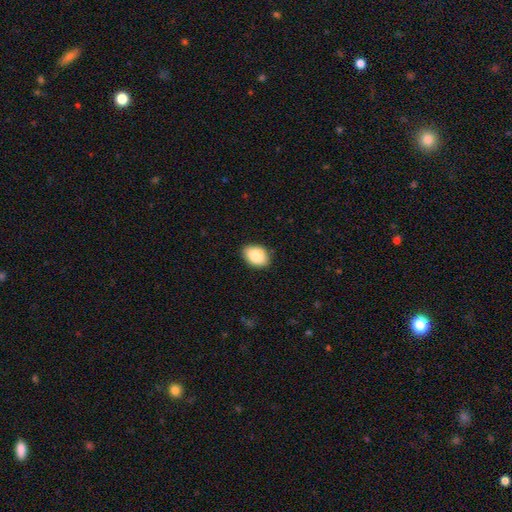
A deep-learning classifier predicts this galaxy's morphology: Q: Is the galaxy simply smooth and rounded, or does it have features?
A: smooth — 86%.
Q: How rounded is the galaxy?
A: in between — 80%.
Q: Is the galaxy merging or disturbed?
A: none — 86%.